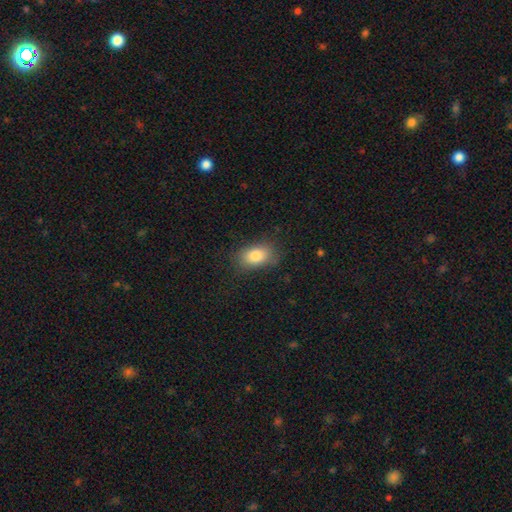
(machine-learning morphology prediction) smooth_or_featured: smooth (p=0.83) [alt: featured or disk p=0.09]
how_rounded: in between (p=0.87) [alt: round p=0.12]
merging: none (p=0.79) [alt: minor disturbance p=0.15]